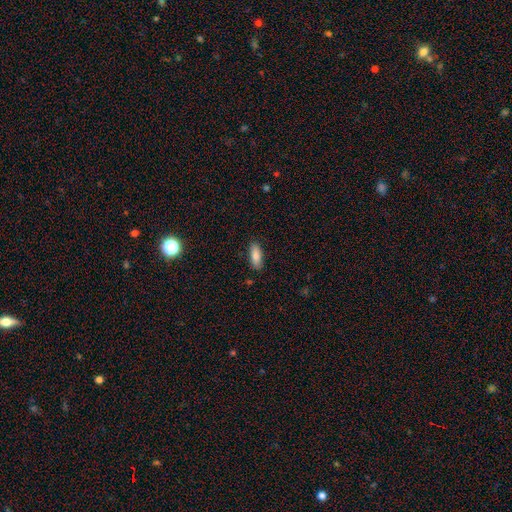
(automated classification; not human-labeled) This is clearly a smooth galaxy (84%). How rounded: likely in between (77%). Merging: clearly none (86%).